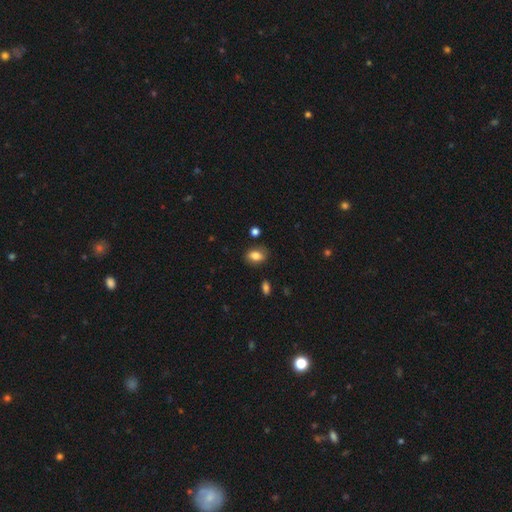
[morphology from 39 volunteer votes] A smooth galaxy with no disk features (82%) that is in between round and cigar-shaped (75%). Merging: none (73%).